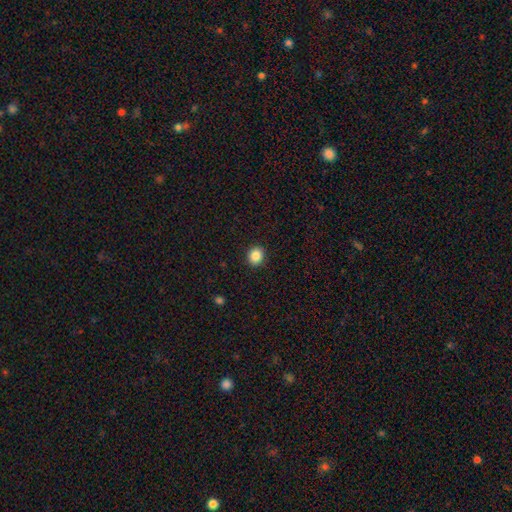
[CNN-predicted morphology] Smooth or featured: smooth — 86% (star or artifact — 10%)
How rounded: round — 79% (in between — 20%)
Merging: none — 92% (minor disturbance — 5%)